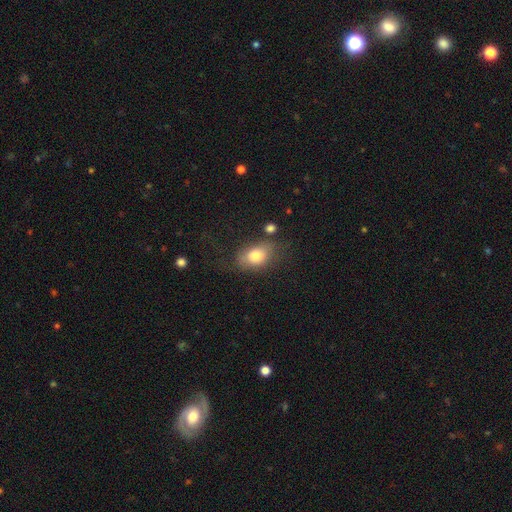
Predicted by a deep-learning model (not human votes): smooth-or-featured: smooth: 78% | featured or disk: 14% | star or artifact: 8%
  how-rounded: in between: 81% | round: 17% | cigar-shaped: 2%
  merging: none: 60% | minor disturbance: 23% | major disturbance: 12% | merger: 5%